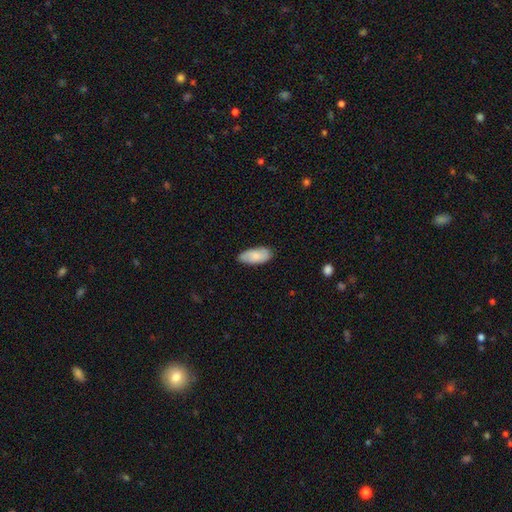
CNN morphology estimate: Q: Smooth or featured?
A: smooth (77%); runner-up: featured or disk (17%)
Q: How rounded?
A: in between (89%); runner-up: cigar-shaped (9%)
Q: Merging?
A: none (78%); runner-up: minor disturbance (18%)